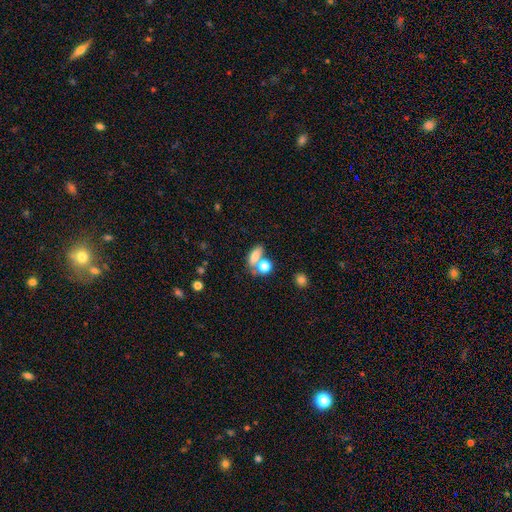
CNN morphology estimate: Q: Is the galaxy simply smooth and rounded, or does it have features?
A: smooth — 73%.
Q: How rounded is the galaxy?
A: in between — 70%.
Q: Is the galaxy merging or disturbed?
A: none — 42%.